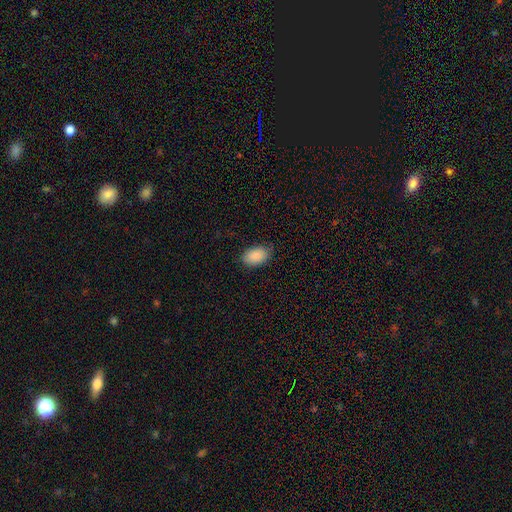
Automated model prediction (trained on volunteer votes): smooth_or_featured: smooth (p=0.87) [alt: star or artifact p=0.07]
how_rounded: in between (p=0.91) [alt: round p=0.08]
merging: none (p=0.81) [alt: minor disturbance p=0.16]